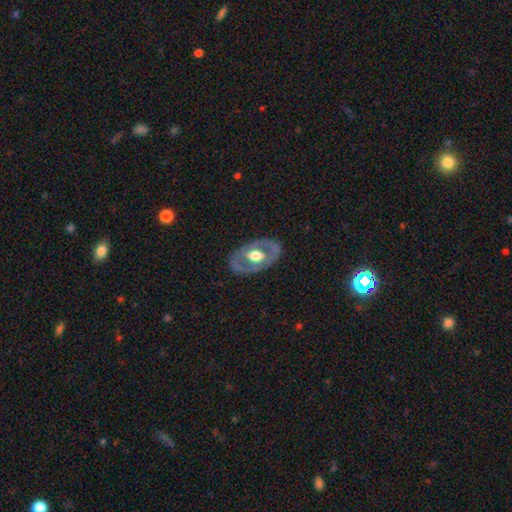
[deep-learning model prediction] A featured or disk galaxy (65%) with no bar (74%), no spiral arms (77%) and a moderate central bulge (53%). Merging: none (80%).